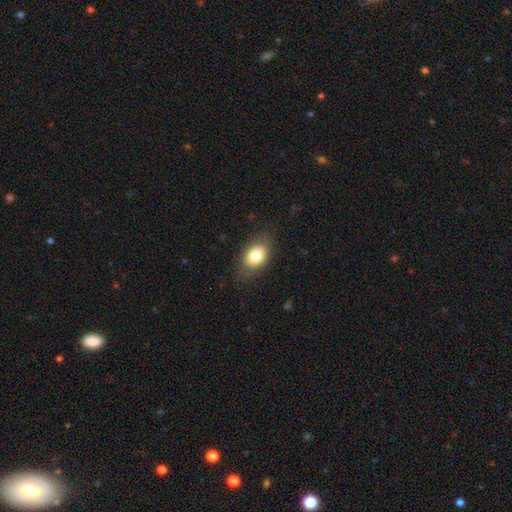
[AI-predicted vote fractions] This is likely a smooth galaxy (79%). How rounded: clearly in between (81%). Merging: likely none (80%).